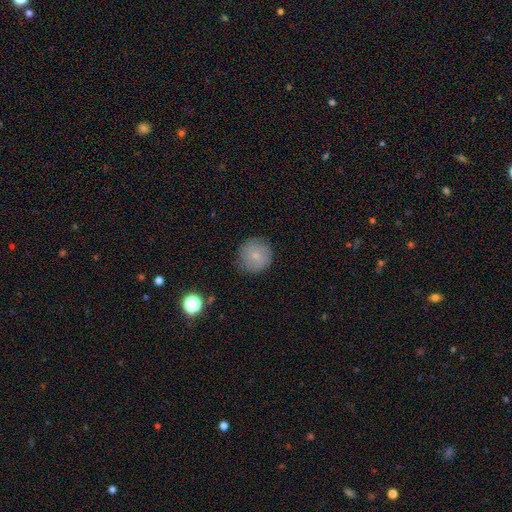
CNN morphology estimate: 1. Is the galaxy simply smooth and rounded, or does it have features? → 69% smooth, 22% featured or disk, 9% star or artifact.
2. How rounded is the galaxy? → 94% round, 5% in between, 1% cigar-shaped.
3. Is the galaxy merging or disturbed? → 85% none, 11% minor disturbance, 3% major disturbance, 1% merger.